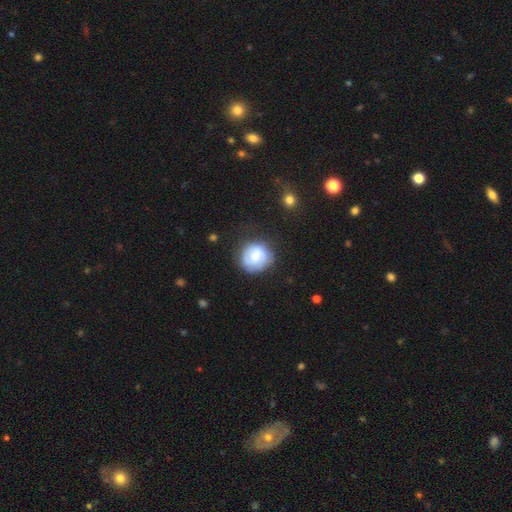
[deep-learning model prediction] Smooth or featured? featured or disk (48%)
Merging? none (70%)